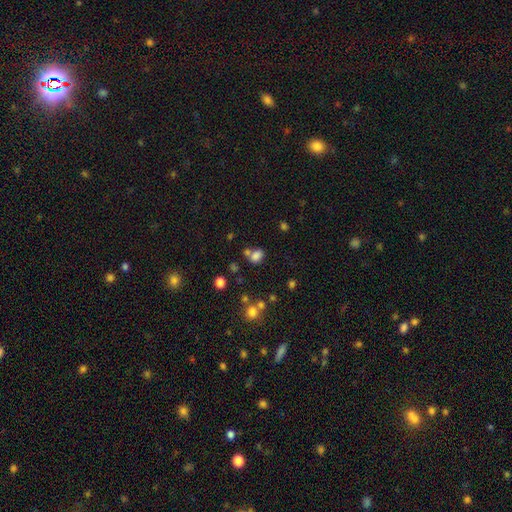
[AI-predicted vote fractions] Morphology: type=smooth (77%); roundness=in between (67%); merging=none (54%).